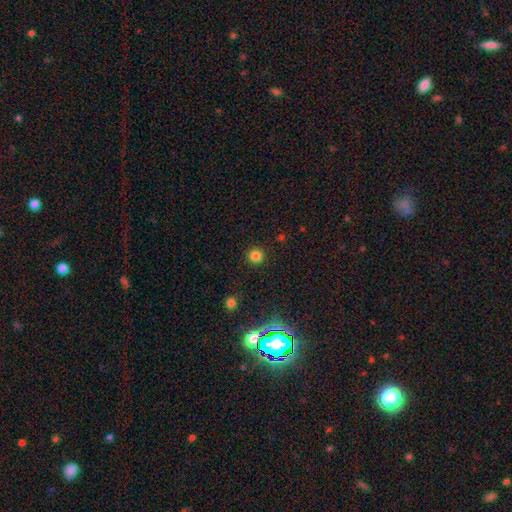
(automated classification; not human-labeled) The model was most divided on "smooth or featured": smooth: 82%, star or artifact: 14%, featured or disk: 4%. More confident: how rounded — round (94%); merging — none (92%).